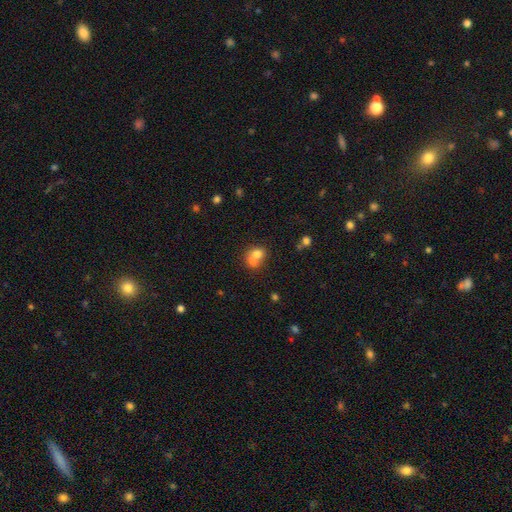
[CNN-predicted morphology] This is likely a smooth galaxy (70%). How rounded: likely round (64%). Merging: likely merger (65%).